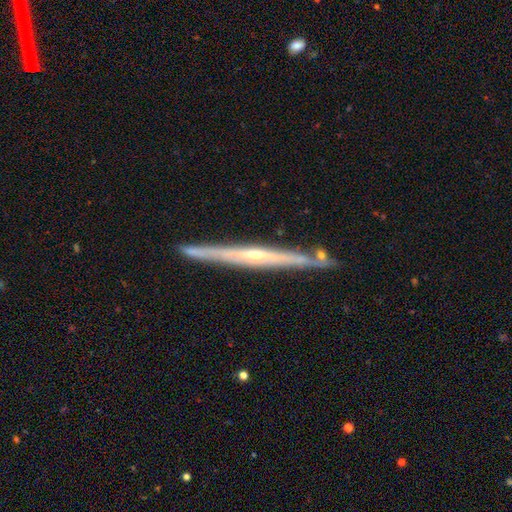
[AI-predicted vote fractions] Morphology: type=featured or disk (82%); edge-on=yes (97%); edge-on bulge=rounded (64%); merging=none (86%).